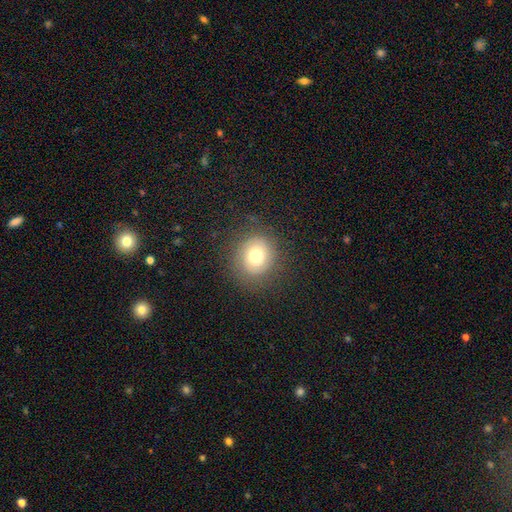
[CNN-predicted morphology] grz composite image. It shows a smooth galaxy with no disk features (64%) that is round (82%). Merging: none (81%).